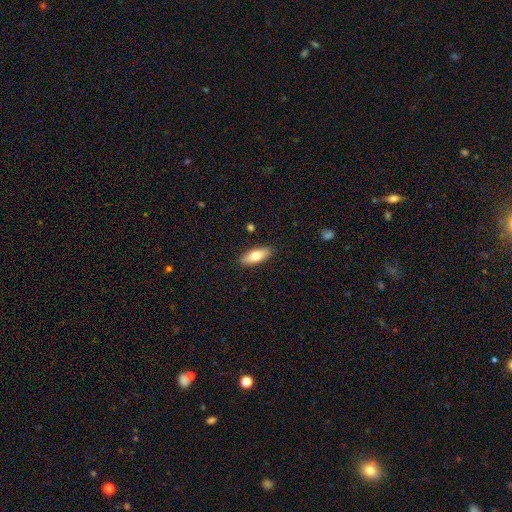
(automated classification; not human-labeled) A smooth galaxy with no disk features (72%) that is in between round and cigar-shaped (75%).

Vote fractions:
- Smooth or featured? smooth: 72% / featured or disk: 21% / star or artifact: 6%
- How rounded? in between: 75% / cigar-shaped: 23% / round: 3%
- Merging? none: 88% / minor disturbance: 8% / major disturbance: 2% / merger: 1%